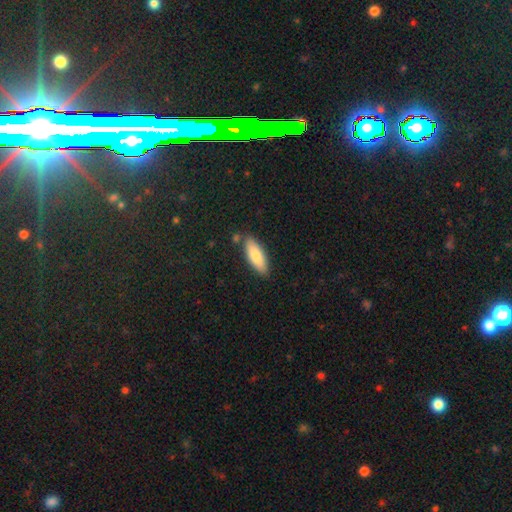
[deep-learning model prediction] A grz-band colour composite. It shows a smooth galaxy with no disk features (82%) that is in between round and cigar-shaped (65%). Merging: none (80%).